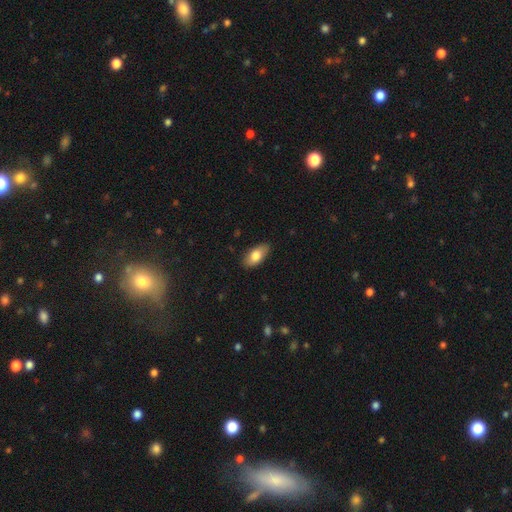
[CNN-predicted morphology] A smooth galaxy with no disk features (79%) that is in between round and cigar-shaped (91%). Merging: none (86%).